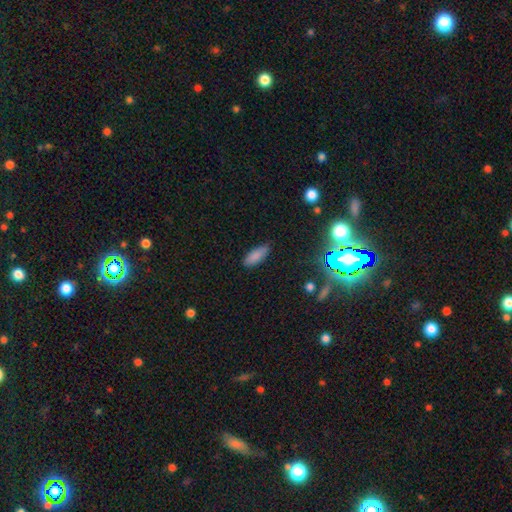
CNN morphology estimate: smooth_or_featured: smooth (p=0.84) [alt: star or artifact p=0.09]
how_rounded: in between (p=0.74) [alt: cigar-shaped p=0.24]
merging: none (p=0.82) [alt: minor disturbance p=0.14]